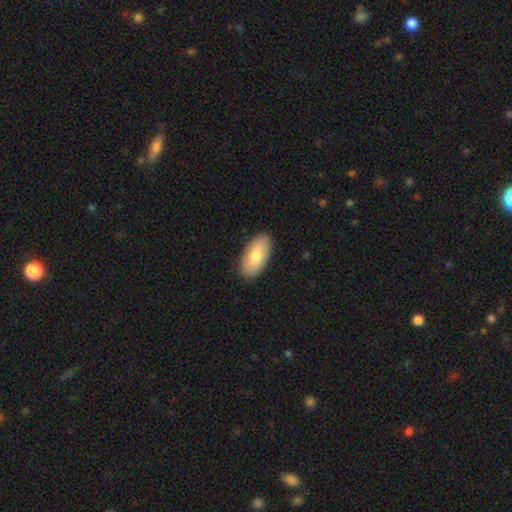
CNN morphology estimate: smooth 77%, featured or disk 17%, star or artifact 5%. Down the decision tree: how rounded — in between (94%); merging — none (88%).